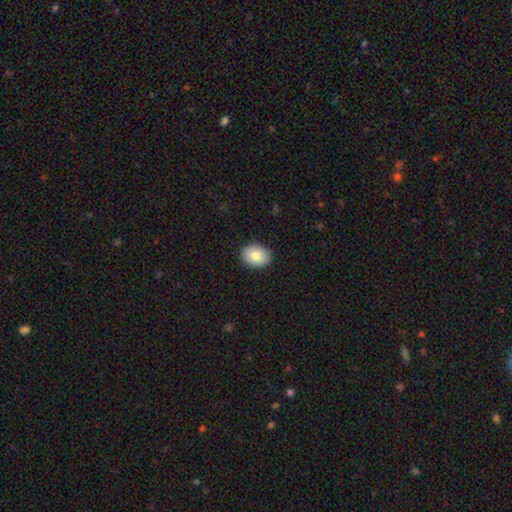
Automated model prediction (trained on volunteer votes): Overall: smooth (79%). How rounded: in between (65%; round 35%). Merging: none (89%).